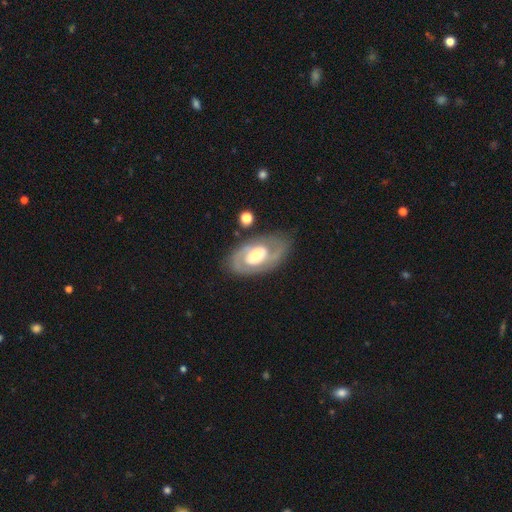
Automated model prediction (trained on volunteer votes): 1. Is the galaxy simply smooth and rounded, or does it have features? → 78% featured or disk, 17% smooth, 5% star or artifact.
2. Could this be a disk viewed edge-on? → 95% no, 5% yes.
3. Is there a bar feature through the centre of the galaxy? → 44% no, 37% weak, 19% strong.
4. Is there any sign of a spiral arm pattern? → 79% yes, 21% no.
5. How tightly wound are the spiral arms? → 49% tight, 38% medium, 12% loose.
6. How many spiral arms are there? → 75% 2, 14% can't tell, 7% 1, 2% 3, 1% 4, 1% more than 4.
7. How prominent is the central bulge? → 56% moderate, 26% large, 14% small, 2% dominant, 1% none.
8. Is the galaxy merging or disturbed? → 75% none, 16% minor disturbance, 7% major disturbance, 3% merger.